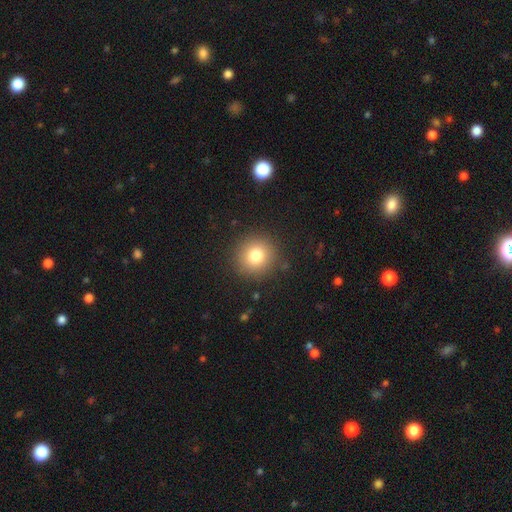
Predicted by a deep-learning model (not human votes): A smooth galaxy with no disk features (78%) that is round (93%).

Vote fractions:
- Smooth or featured? smooth: 78% / star or artifact: 12% / featured or disk: 9%
- How rounded? round: 93% / in between: 6% / cigar-shaped: 1%
- Merging? none: 90% / minor disturbance: 6% / major disturbance: 3% / merger: 1%